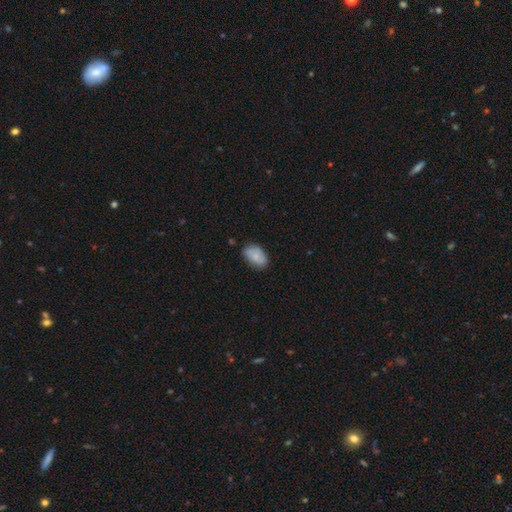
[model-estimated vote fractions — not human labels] smooth 73%, featured or disk 20%, star or artifact 7%. Down the decision tree: how rounded — in between (90%); merging — none (71%).